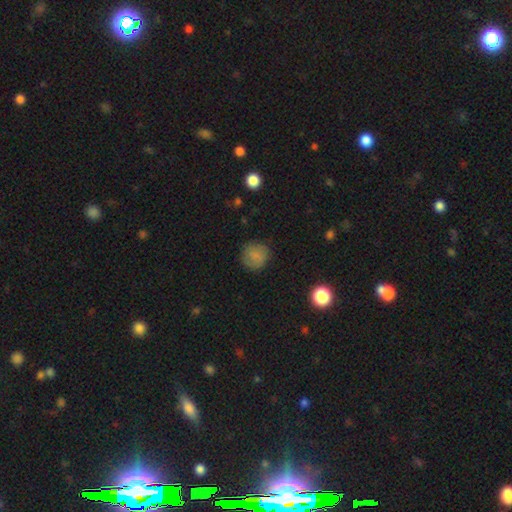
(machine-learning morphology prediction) A smooth galaxy with no disk features (78%) that is round (89%). Merging: none (79%).